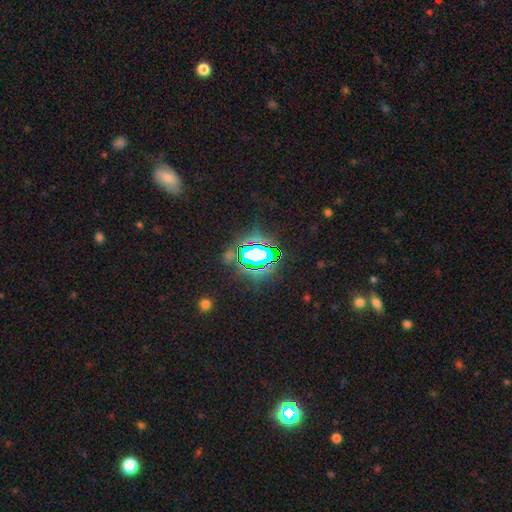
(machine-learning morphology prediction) star or artifact 72%, smooth 16%, featured or disk 11%.